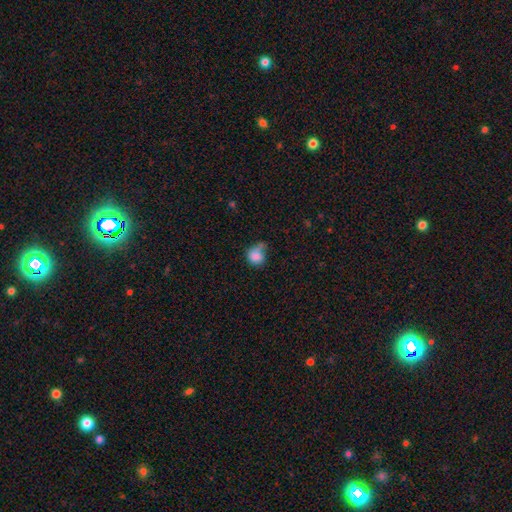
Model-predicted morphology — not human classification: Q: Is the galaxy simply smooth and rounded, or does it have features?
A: smooth — 78%.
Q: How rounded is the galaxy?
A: round — 60%.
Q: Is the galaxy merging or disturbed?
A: none — 30%.